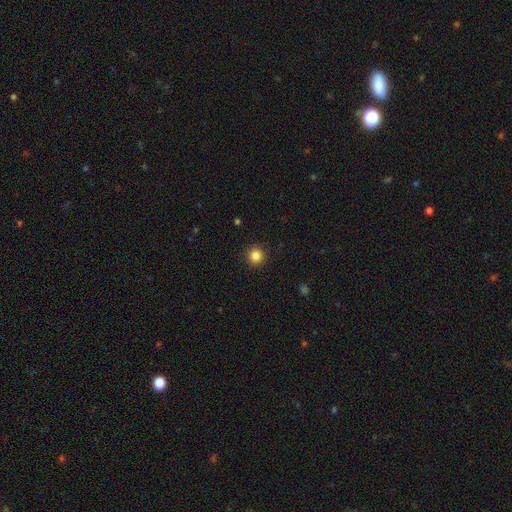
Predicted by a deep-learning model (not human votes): This appears to be a smooth galaxy with no disk features (85%) that is round (94%). Merging: none (92%).